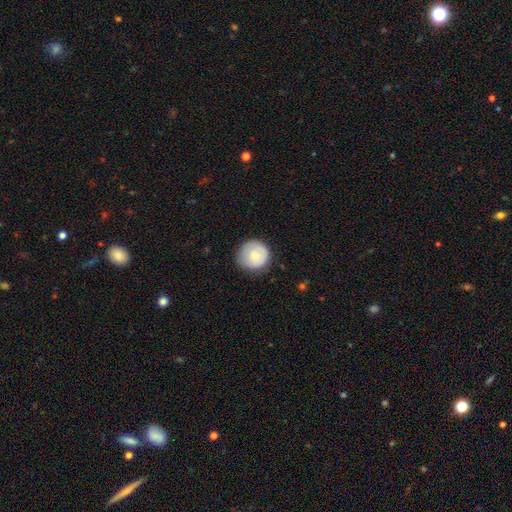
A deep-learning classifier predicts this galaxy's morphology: smooth_or_featured: smooth (p=0.79) [alt: featured or disk p=0.15]
how_rounded: round (p=0.93) [alt: in between p=0.06]
merging: none (p=0.77) [alt: minor disturbance p=0.18]